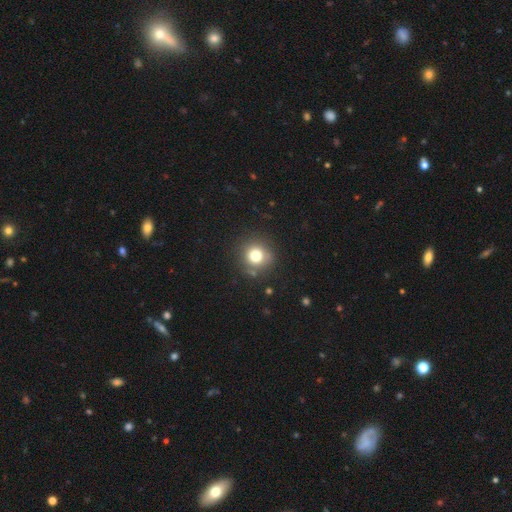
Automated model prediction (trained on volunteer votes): Smooth or featured? Predicted: smooth (p=0.76). How rounded? Predicted: round (p=0.92). Merging? Predicted: none (p=0.83).